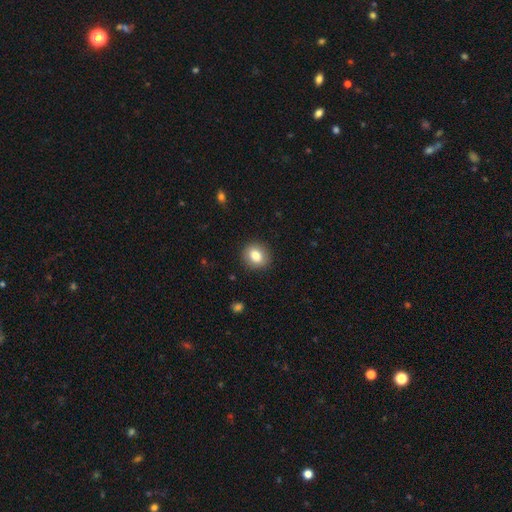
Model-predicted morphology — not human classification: A smooth galaxy with no disk features (81%) that is round (70%). Merging: none (89%).